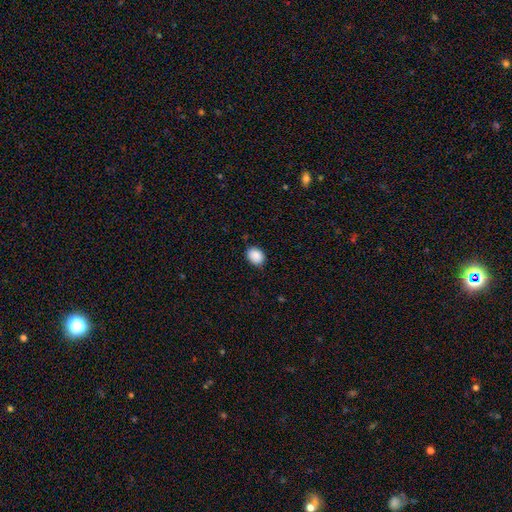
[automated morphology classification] Smooth or featured? smooth (89%)
How rounded? in between (62%)
Merging? none (84%)